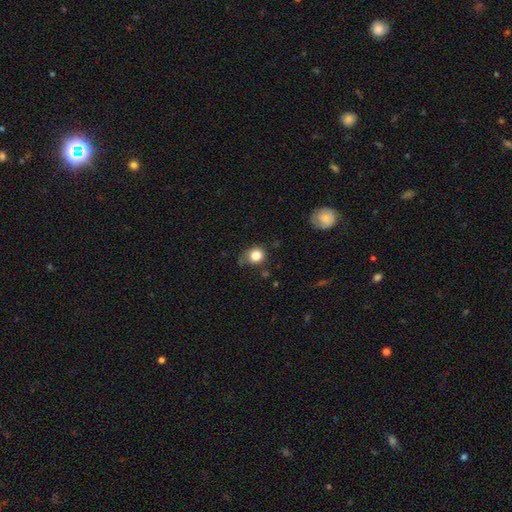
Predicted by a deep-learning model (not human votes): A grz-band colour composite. It shows a smooth galaxy with no disk features (81%) that is round (75%). Merging: none (57%).